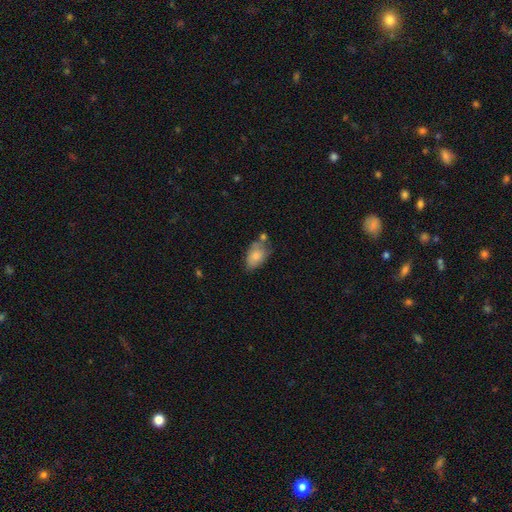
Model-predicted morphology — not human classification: Smooth or featured? smooth (76%)
How rounded? in between (91%)
Merging? none (47%)